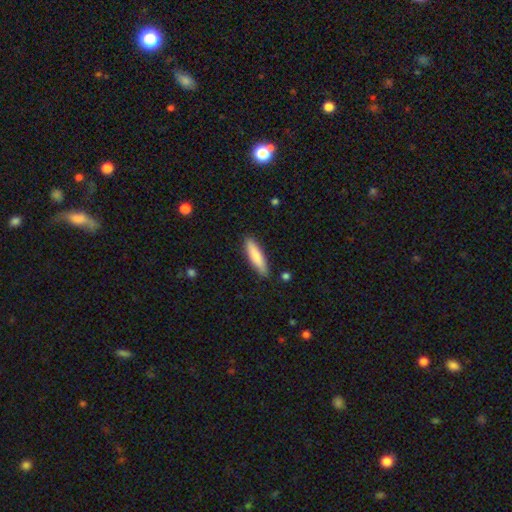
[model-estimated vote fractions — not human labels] smooth 82%, featured or disk 12%, star or artifact 5%. Down the decision tree: how rounded — cigar-shaped (73%); merging — none (86%).